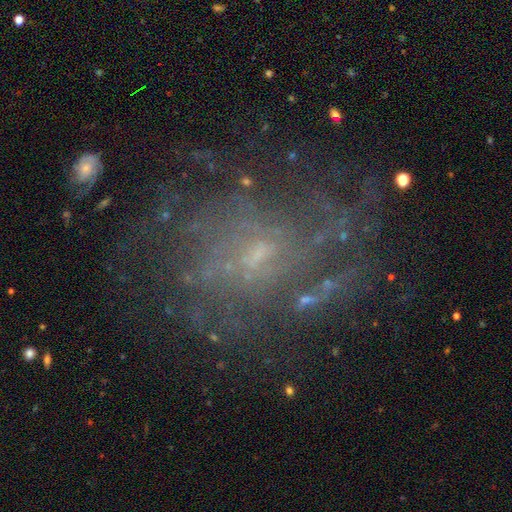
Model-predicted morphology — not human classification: featured or disk 69%, star or artifact 17%, smooth 13%. Down the decision tree: edge-on disk — no (97%); bar — no (61%); spiral arms — yes (73%); bulge size — small (72%); merging — none (69%).